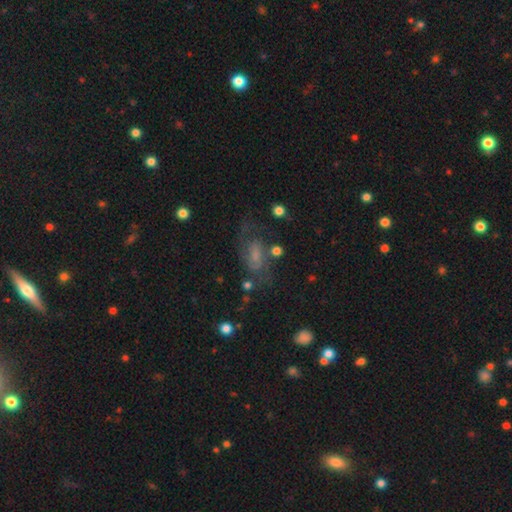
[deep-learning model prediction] smooth_or_featured: featured or disk (p=0.59) [alt: smooth p=0.27]
disk_edge_on: no (p=0.94) [alt: yes p=0.06]
bar: weak (p=0.46) [alt: no p=0.40]
has_spiral_arms: yes (p=0.83) [alt: no p=0.17]
bulge_size: small (p=0.40) [alt: moderate p=0.29]
merging: none (p=0.56) [alt: minor disturbance p=0.20]